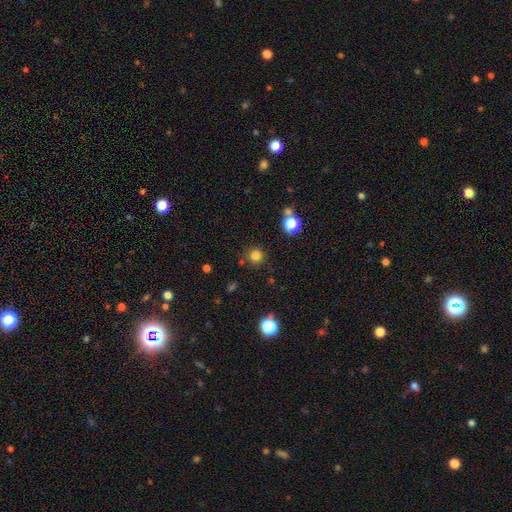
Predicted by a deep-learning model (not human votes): Smooth or featured: smooth — 79% (star or artifact — 16%)
How rounded: round — 95% (in between — 4%)
Merging: none — 86% (minor disturbance — 7%)